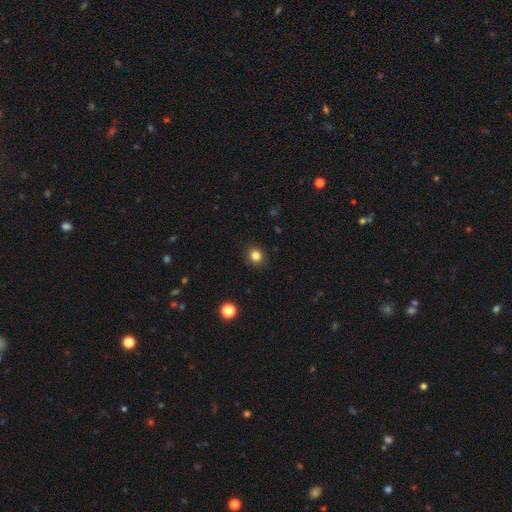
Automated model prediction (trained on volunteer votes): Overall: smooth (83%). How rounded: round (85%). Merging: none (91%).